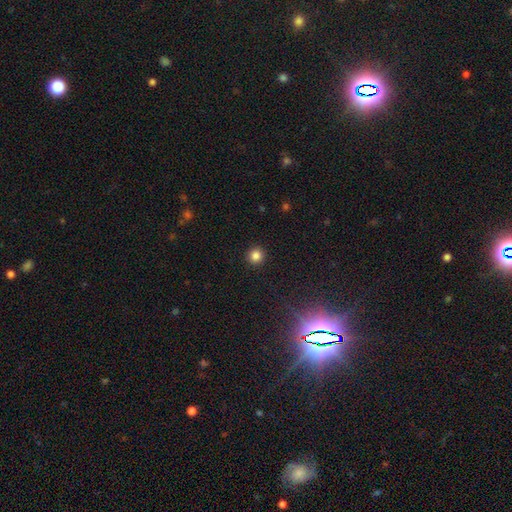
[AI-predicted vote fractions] Smooth or featured?
  - smooth: 83% *
  - star or artifact: 13%
  - featured or disk: 4%
How rounded?
  - round: 94% *
  - in between: 5%
  - cigar-shaped: 1%
Merging?
  - none: 93% *
  - minor disturbance: 5%
  - major disturbance: 2%
  - merger: 1%